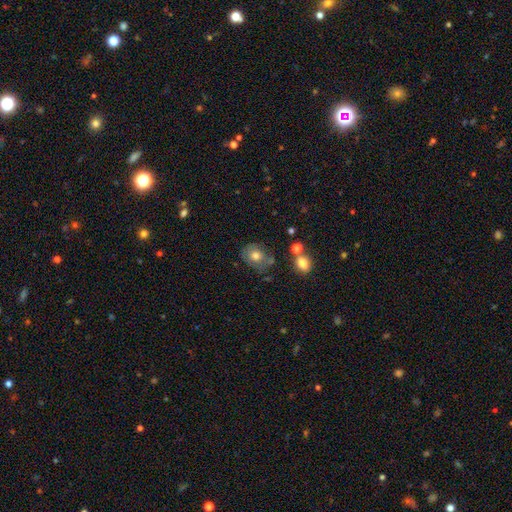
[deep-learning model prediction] Overall: smooth (69%). How rounded: round (58%; in between 41%). Merging: none (53%; minor disturbance 26%).